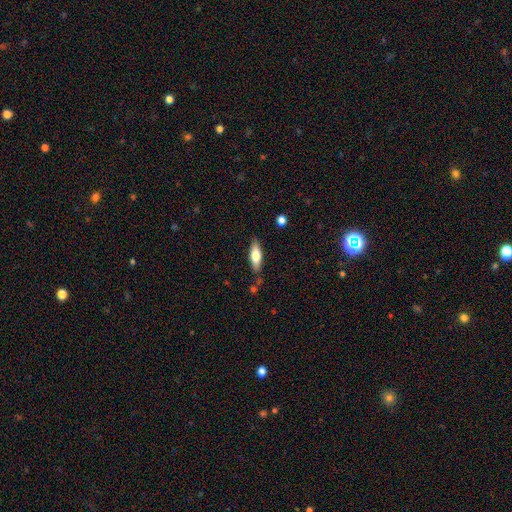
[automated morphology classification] The model was most divided on "how rounded": in between: 56%, cigar-shaped: 42%, round: 2%. More confident: merging — none (79%); smooth or featured — smooth (66%).